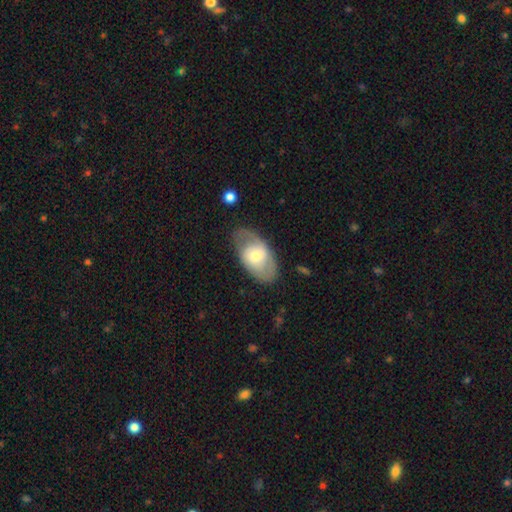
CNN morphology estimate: The model was most divided on "smooth or featured": featured or disk: 49%, smooth: 45%, star or artifact: 6%. More confident: merging — none (68%).